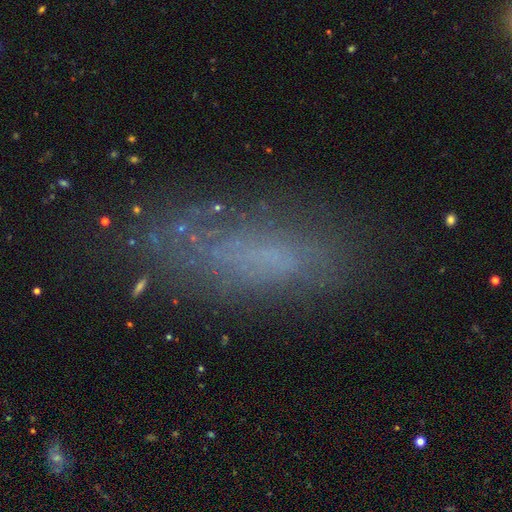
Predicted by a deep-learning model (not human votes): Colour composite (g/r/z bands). It shows a smooth galaxy with no disk features (55%) that is in between round and cigar-shaped (54%). Merging: none (66%).